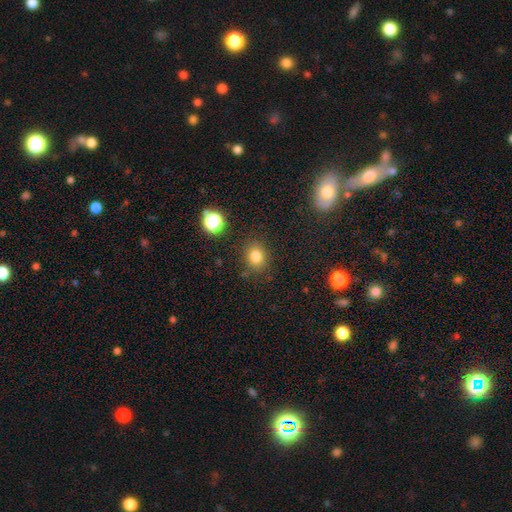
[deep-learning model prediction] Smooth or featured?
  - smooth: 80% *
  - star or artifact: 14%
  - featured or disk: 6%
How rounded?
  - round: 63% *
  - in between: 36%
  - cigar-shaped: 1%
Merging?
  - none: 83% *
  - minor disturbance: 11%
  - major disturbance: 4%
  - merger: 3%